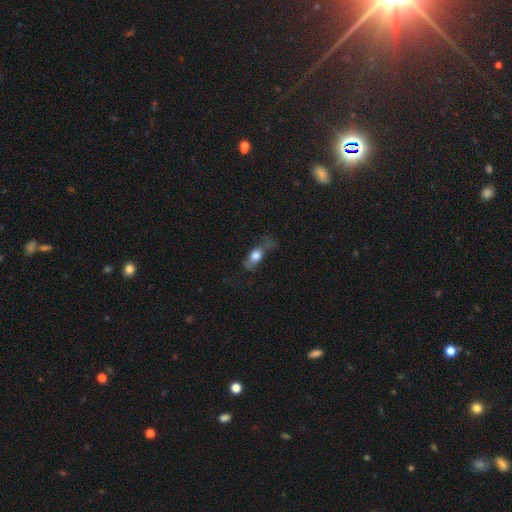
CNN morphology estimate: Smooth or featured? Predicted: smooth (p=0.62). How rounded? Predicted: in between (p=0.66). Merging? Predicted: none (p=0.37).